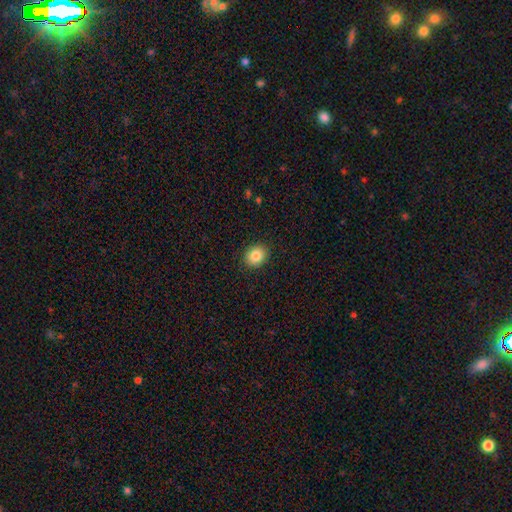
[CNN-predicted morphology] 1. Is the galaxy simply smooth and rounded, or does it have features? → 85% smooth, 9% star or artifact, 6% featured or disk.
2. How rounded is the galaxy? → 66% round, 33% in between, 1% cigar-shaped.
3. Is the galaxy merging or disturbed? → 91% none, 7% minor disturbance, 2% major disturbance, 1% merger.